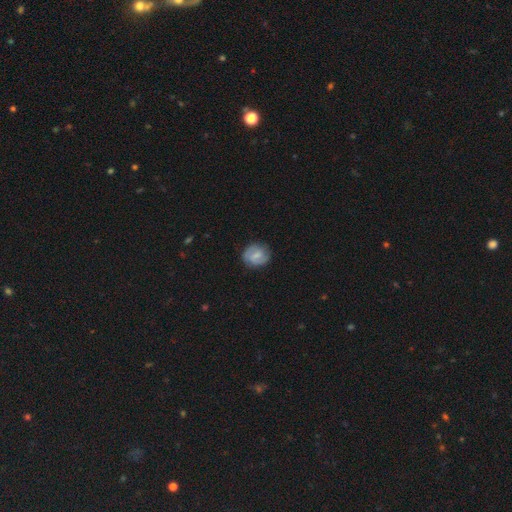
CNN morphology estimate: A smooth galaxy with no disk features (52%) that is round (75%).

Vote fractions:
- Smooth or featured? smooth: 52% / featured or disk: 41% / star or artifact: 7%
- How rounded? round: 75% / in between: 24% / cigar-shaped: 1%
- Merging? none: 80% / minor disturbance: 14% / major disturbance: 4% / merger: 1%